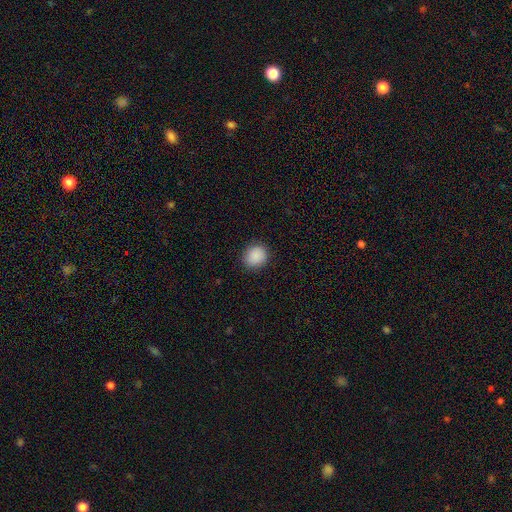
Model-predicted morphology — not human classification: smooth_or_featured: smooth (p=0.89) [alt: star or artifact p=0.08]
how_rounded: round (p=0.80) [alt: in between p=0.19]
merging: none (p=0.88) [alt: minor disturbance p=0.08]